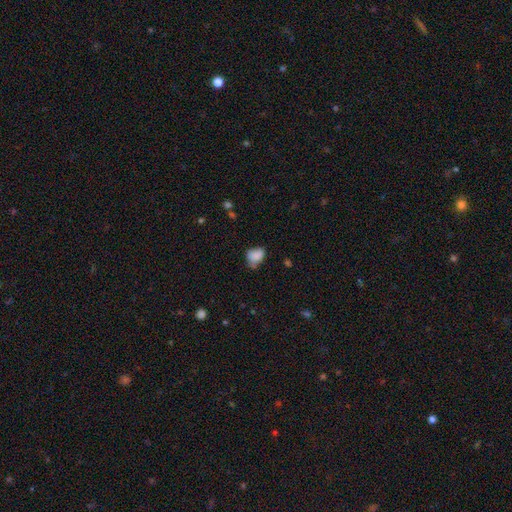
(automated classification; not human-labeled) This is clearly a smooth galaxy (82%). How rounded: likely in between (66%). Merging: possibly none (45%).